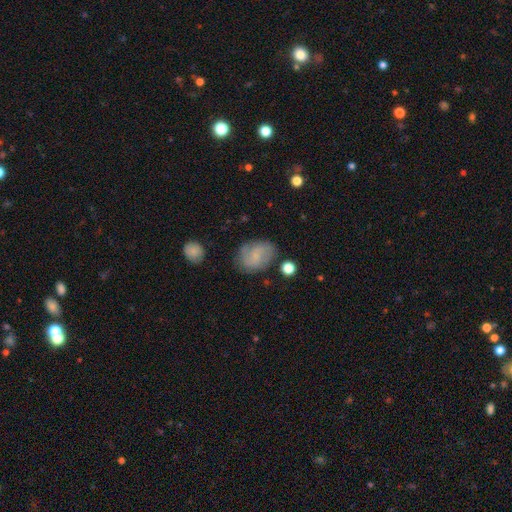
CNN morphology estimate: This is possibly a smooth galaxy (51%). How rounded: likely in between (65%). Merging: likely none (72%).